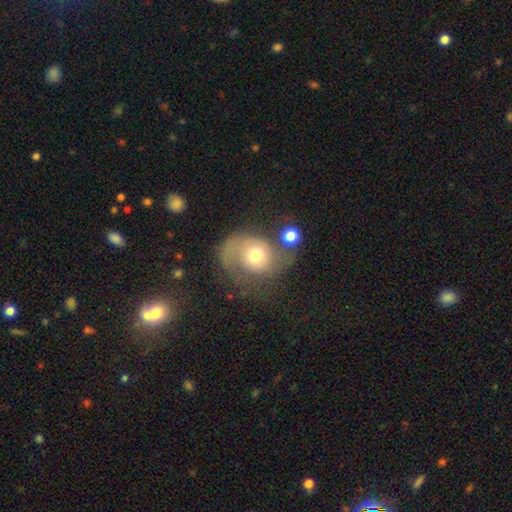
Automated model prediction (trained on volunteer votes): A featured or disk galaxy (50%). Merging: none (32%, tied with major disturbance).